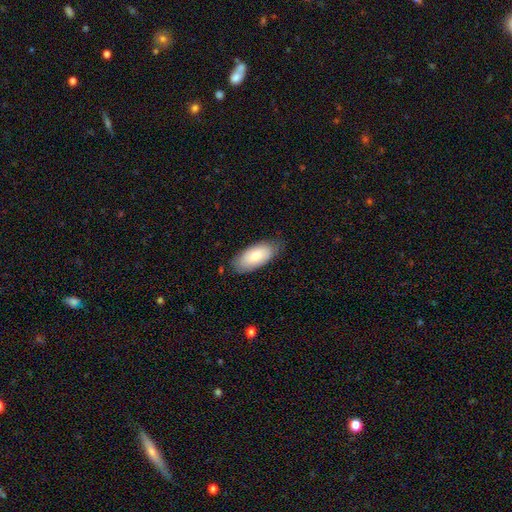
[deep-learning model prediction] smooth 79%, featured or disk 16%, star or artifact 6%. Down the decision tree: how rounded — in between (92%); merging — none (76%).